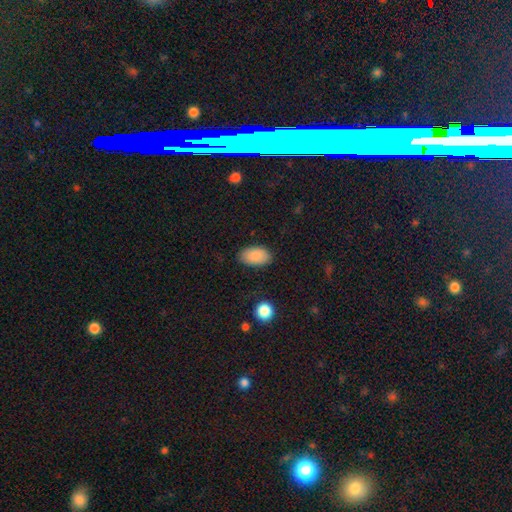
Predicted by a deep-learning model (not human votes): The model was most divided on "merging": none: 84%, minor disturbance: 12%, major disturbance: 3%, merger: 1%. More confident: how rounded — in between (94%); smooth or featured — smooth (88%).